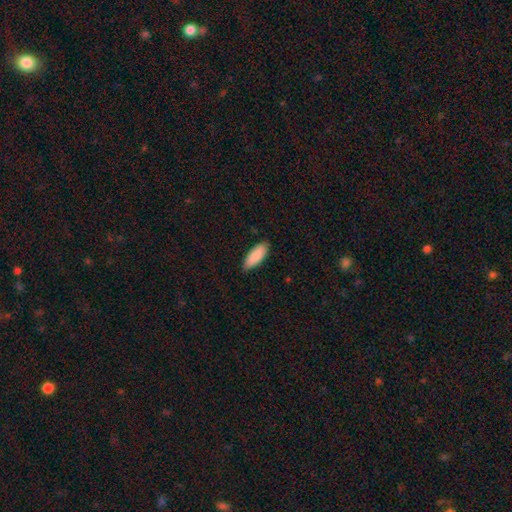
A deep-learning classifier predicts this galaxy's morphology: Overall: smooth (90%). How rounded: in between (75%). Merging: none (85%).